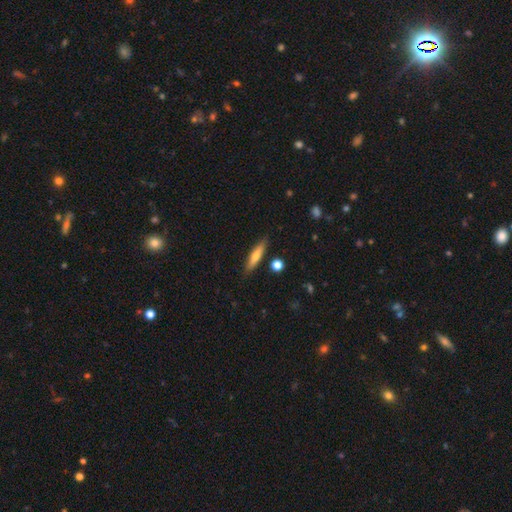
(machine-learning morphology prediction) smooth 63%, featured or disk 30%, star or artifact 7%. Down the decision tree: how rounded — cigar-shaped (82%); merging — none (85%).